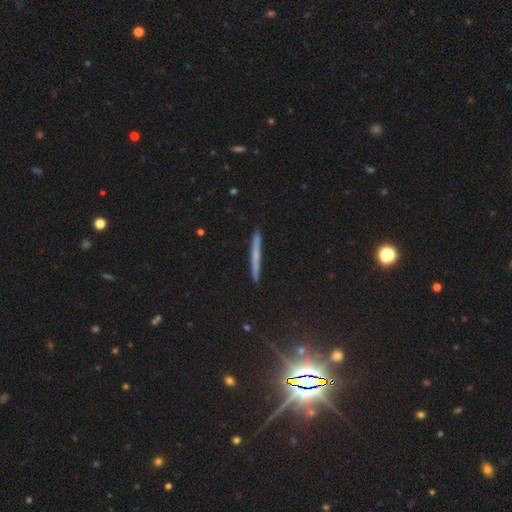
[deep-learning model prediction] This appears to be a smooth galaxy with no disk features (51%) that is cigar-shaped (96%). Merging: none (90%).